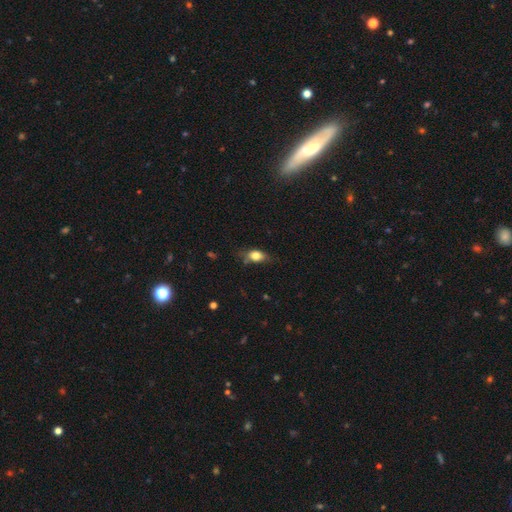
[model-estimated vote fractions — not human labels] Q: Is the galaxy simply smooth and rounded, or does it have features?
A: smooth — 77%.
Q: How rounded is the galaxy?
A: in between — 79%.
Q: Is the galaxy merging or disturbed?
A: none — 61%.